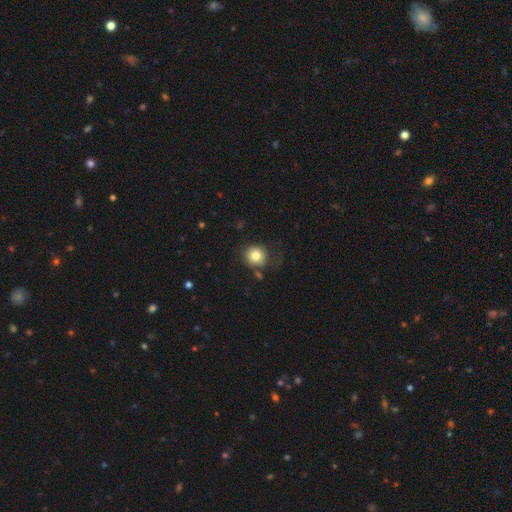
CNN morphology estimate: The model was most divided on "merging": none: 71%, minor disturbance: 17%, major disturbance: 7%, merger: 5%. More confident: how rounded — round (90%); smooth or featured — smooth (80%).